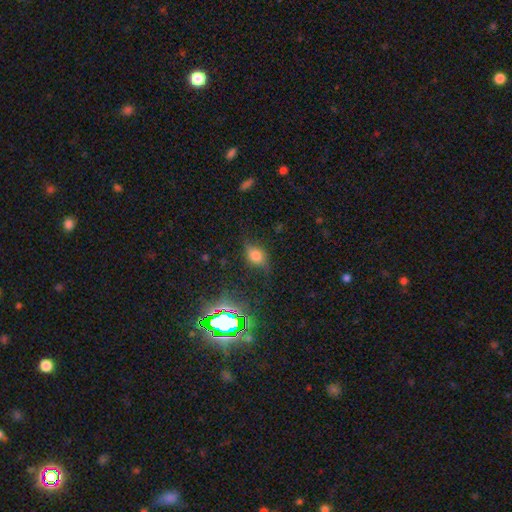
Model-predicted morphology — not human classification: This appears to be a smooth galaxy with no disk features (63%) that is in between round and cigar-shaped (75%). Merging: none (67%).